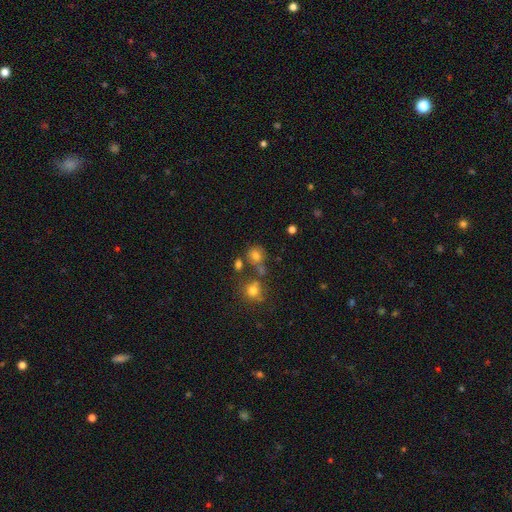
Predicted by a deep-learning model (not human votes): smooth-or-featured: smooth: 74% | star or artifact: 16% | featured or disk: 10%
  how-rounded: round: 80% | in between: 19% | cigar-shaped: 1%
  merging: none: 63% | merger: 18% | minor disturbance: 14% | major disturbance: 6%